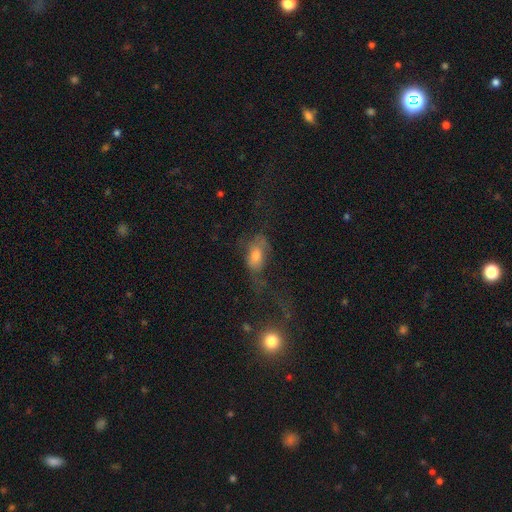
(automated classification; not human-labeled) Morphology: type=smooth (56%); roundness=in between (81%); merging=major disturbance (47%).